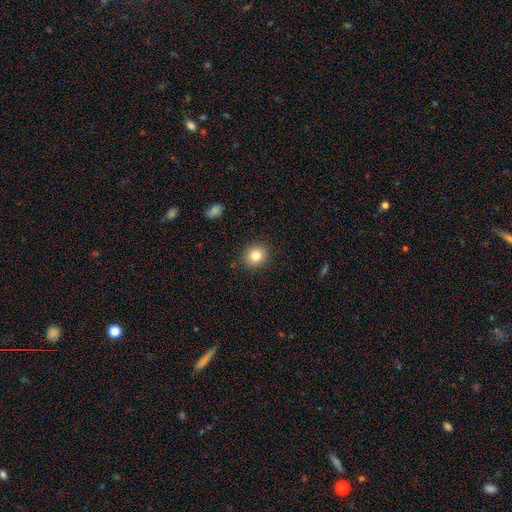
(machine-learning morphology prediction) Smooth or featured: smooth — 82% (star or artifact — 10%)
How rounded: round — 76% (in between — 23%)
Merging: none — 89% (minor disturbance — 8%)